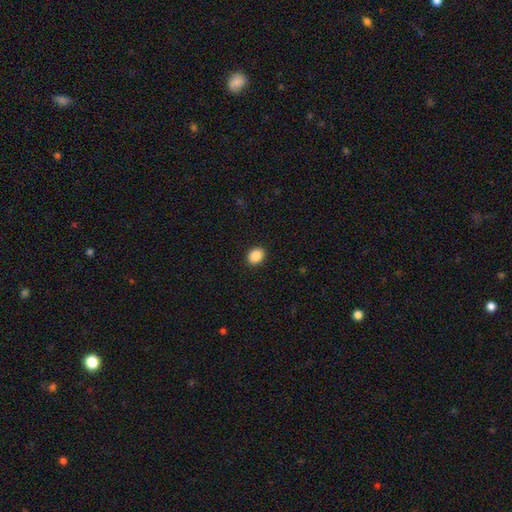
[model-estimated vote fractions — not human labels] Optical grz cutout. It shows a smooth galaxy with no disk features (88%) that is in between round and cigar-shaped (54%). Merging: none (91%).